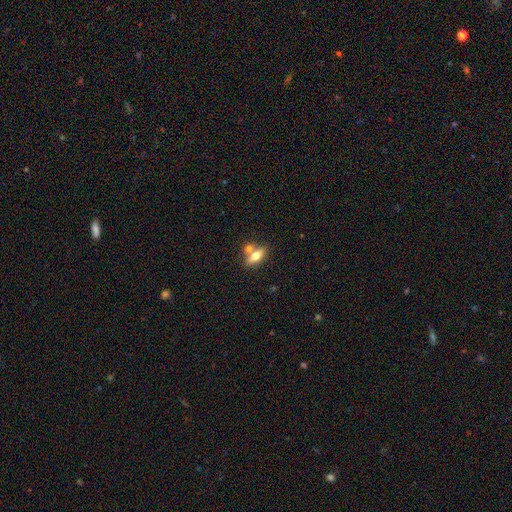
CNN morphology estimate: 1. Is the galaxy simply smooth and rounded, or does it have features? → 62% smooth, 31% featured or disk, 8% star or artifact.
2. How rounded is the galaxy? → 73% in between, 20% cigar-shaped, 8% round.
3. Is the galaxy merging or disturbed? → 52% none, 34% merger, 10% minor disturbance, 4% major disturbance.